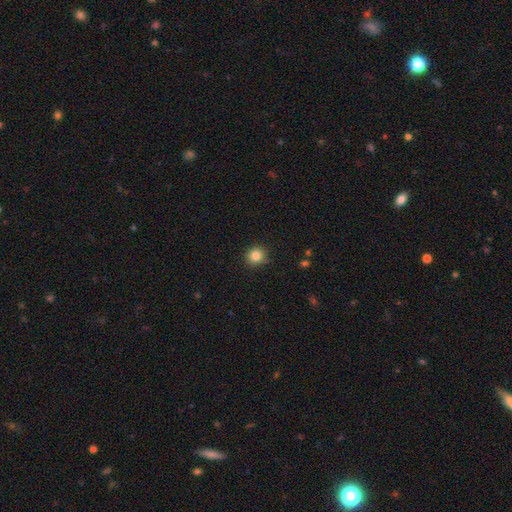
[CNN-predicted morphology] smooth 83%, star or artifact 11%, featured or disk 6%. Down the decision tree: how rounded — round (89%); merging — none (88%).